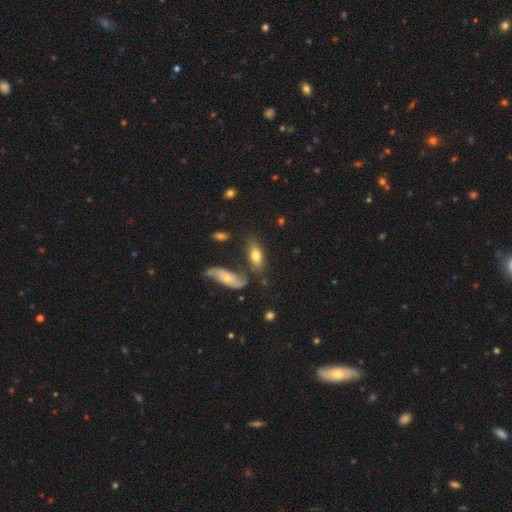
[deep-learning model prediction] The model was most divided on "merging": none: 58%, merger: 19%, minor disturbance: 17%, major disturbance: 6%. More confident: how rounded — in between (79%); smooth or featured — smooth (72%).